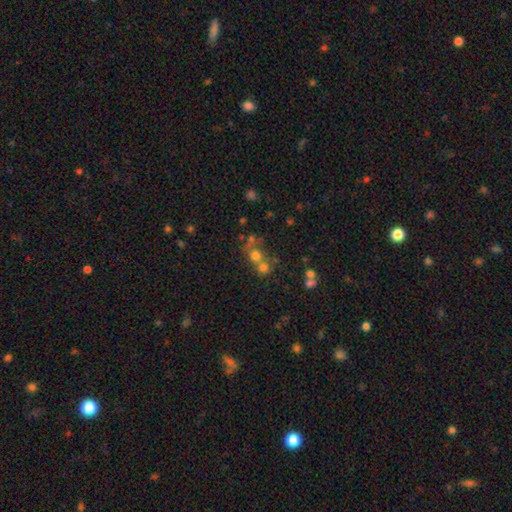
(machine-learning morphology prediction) A smooth galaxy with no disk features (62%) that is round (82%).

Vote fractions:
- Smooth or featured? smooth: 62% / star or artifact: 21% / featured or disk: 18%
- How rounded? round: 82% / in between: 17% / cigar-shaped: 1%
- Merging? merger: 48% / none: 39% / minor disturbance: 7% / major disturbance: 6%